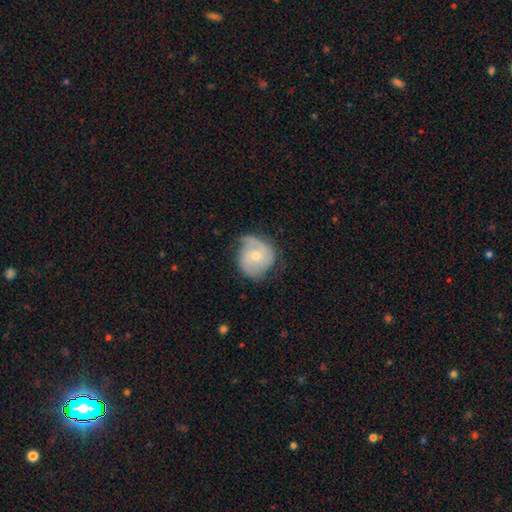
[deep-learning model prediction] Smooth or featured: featured or disk — 69% (smooth — 25%)
Edge-on disk: no — 97% (yes — 3%)
Bar: no — 69% (weak — 27%)
Spiral arms: yes — 90% (no — 10%)
Spiral winding: tight — 44% (medium — 39%)
Spiral arm count: 2 — 54% (can't tell — 19%)
Bulge size: small — 57% (moderate — 39%)
Merging: none — 59% (minor disturbance — 28%)